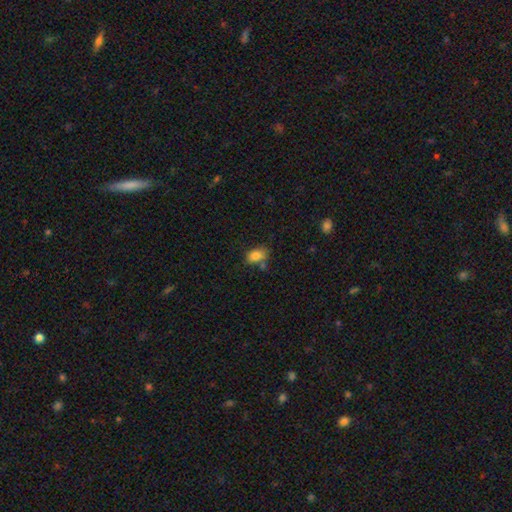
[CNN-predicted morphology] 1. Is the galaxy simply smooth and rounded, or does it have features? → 82% smooth, 9% star or artifact, 9% featured or disk.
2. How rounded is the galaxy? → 86% in between, 12% round, 2% cigar-shaped.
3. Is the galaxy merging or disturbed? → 60% none, 21% minor disturbance, 14% merger, 5% major disturbance.